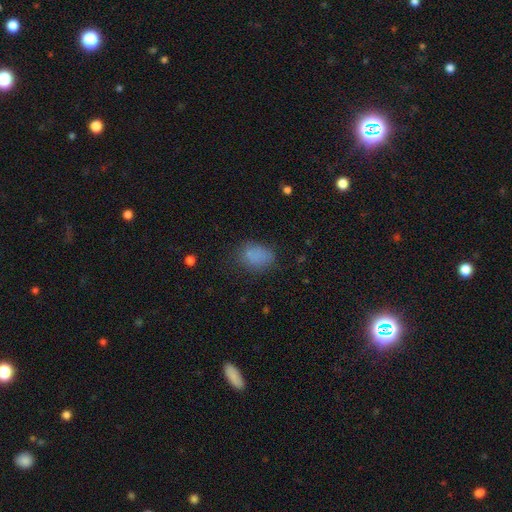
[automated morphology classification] smooth 80%, star or artifact 13%, featured or disk 8%. Down the decision tree: how rounded — in between (76%); merging — none (65%).